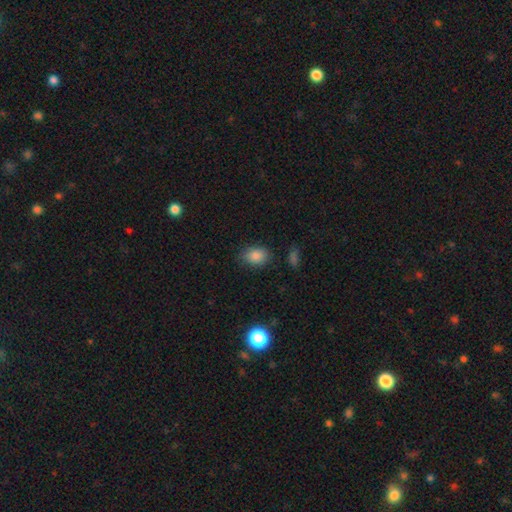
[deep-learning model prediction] This is clearly a smooth galaxy (85%). How rounded: likely in between (68%). Merging: likely none (78%).